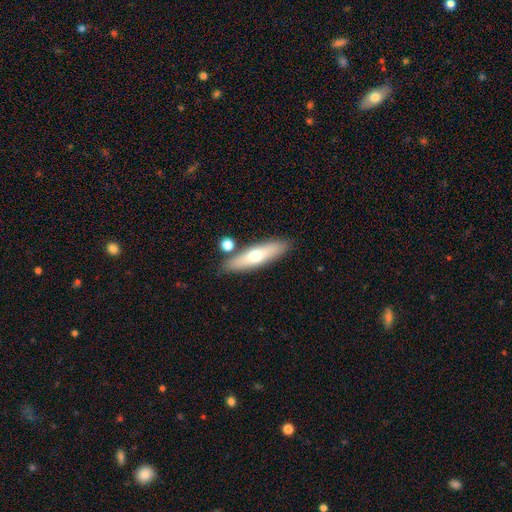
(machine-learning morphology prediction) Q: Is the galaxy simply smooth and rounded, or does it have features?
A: smooth — 58%.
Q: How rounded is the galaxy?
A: cigar-shaped — 73%.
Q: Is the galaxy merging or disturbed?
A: none — 81%.